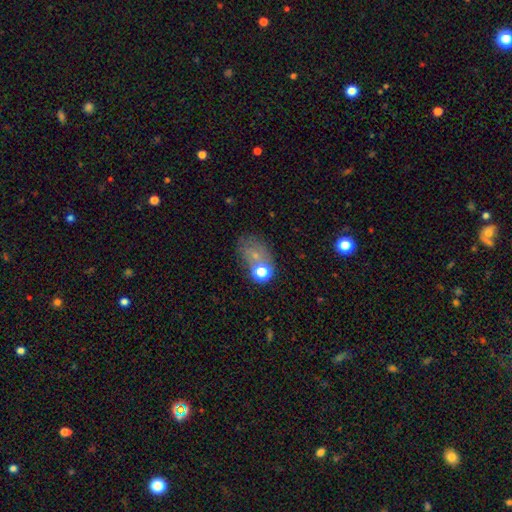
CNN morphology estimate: Overall: smooth (57%; star or artifact 23%). How rounded: in between (59%; round 39%). Merging: none (52%; minor disturbance 18%).